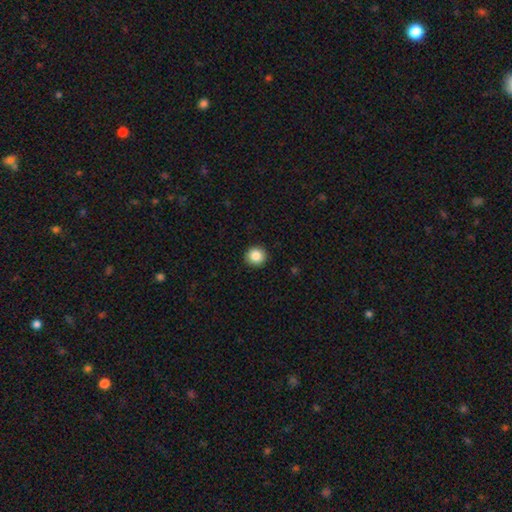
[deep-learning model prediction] smooth_or_featured: smooth (p=0.86) [alt: star or artifact p=0.09]
how_rounded: round (p=0.93) [alt: in between p=0.06]
merging: none (p=0.93) [alt: minor disturbance p=0.05]